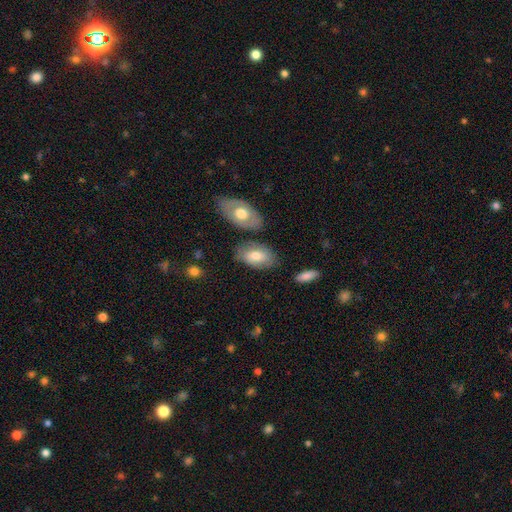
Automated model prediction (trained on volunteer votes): smooth 63%, featured or disk 31%, star or artifact 6%. Down the decision tree: how rounded — in between (92%); merging — none (68%).